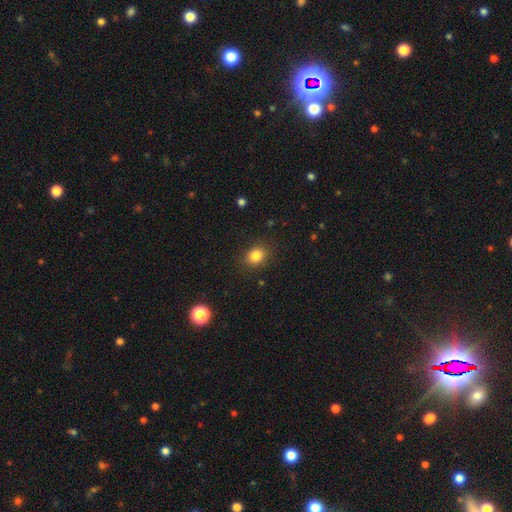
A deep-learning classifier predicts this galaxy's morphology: Overall: smooth (84%). How rounded: round (55%; in between 44%). Merging: none (87%).